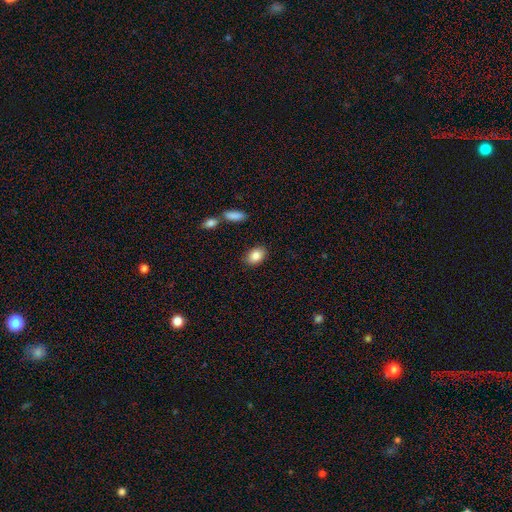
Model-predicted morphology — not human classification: smooth-or-featured: smooth: 85% | star or artifact: 8% | featured or disk: 7%
  how-rounded: in between: 83% | round: 16% | cigar-shaped: 1%
  merging: none: 86% | minor disturbance: 9% | merger: 2% | major disturbance: 2%